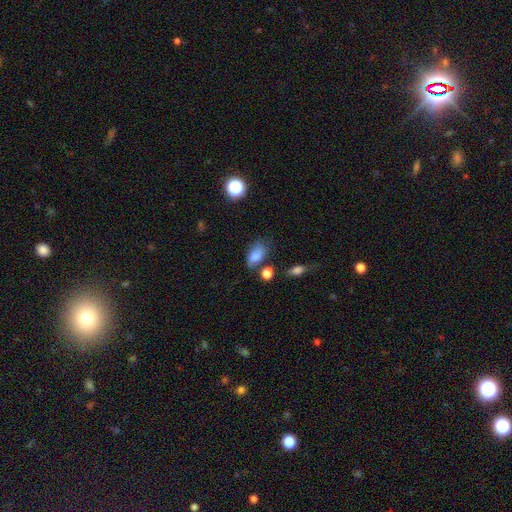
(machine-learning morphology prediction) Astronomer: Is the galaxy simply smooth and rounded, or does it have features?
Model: smooth — 77%.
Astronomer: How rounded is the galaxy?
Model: in between — 88%.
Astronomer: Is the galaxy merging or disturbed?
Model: none — 51% (runner-up: minor disturbance, 28%).